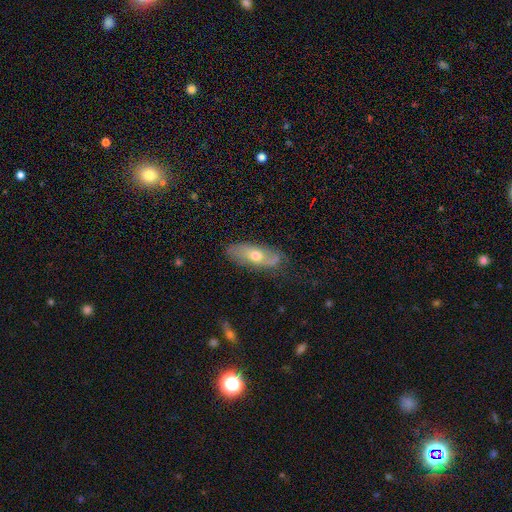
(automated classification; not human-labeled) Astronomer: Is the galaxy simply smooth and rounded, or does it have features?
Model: smooth — 47% (runner-up: featured or disk, 46%).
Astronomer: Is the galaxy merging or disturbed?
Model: none — 71%.